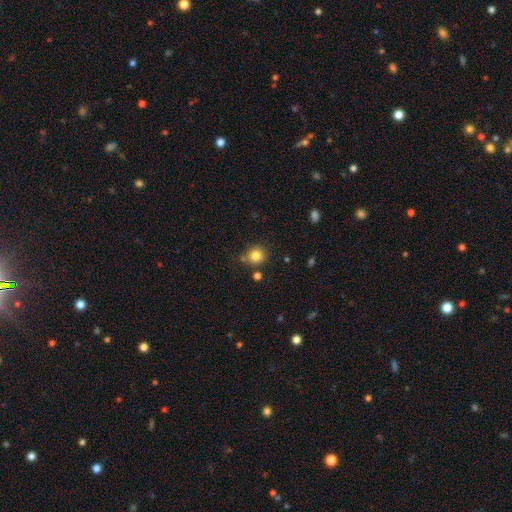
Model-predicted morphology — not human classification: The model was most divided on "merging": none: 76%, minor disturbance: 12%, merger: 8%, major disturbance: 3%. More confident: how rounded — round (88%); smooth or featured — smooth (82%).